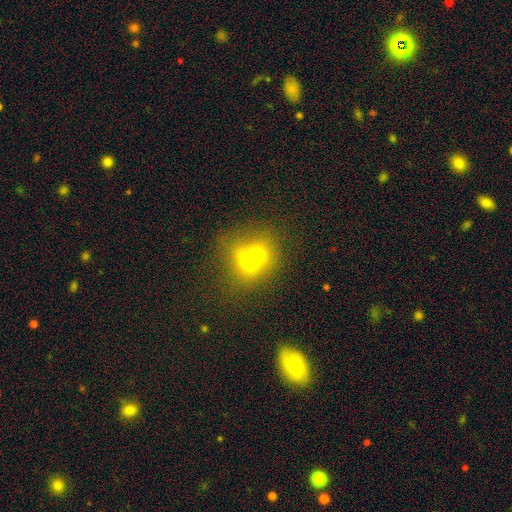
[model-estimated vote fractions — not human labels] This is likely a smooth galaxy (60%). How rounded: likely round (70%). Merging: likely merger (62%).